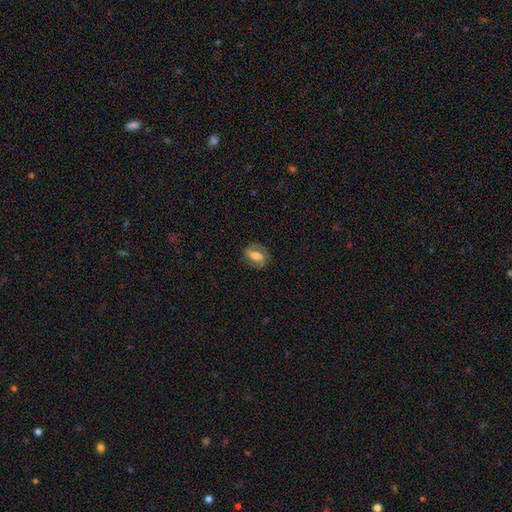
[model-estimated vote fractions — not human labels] Q: Smooth or featured?
A: featured or disk (53%); runner-up: smooth (39%)
Q: Edge-on disk?
A: no (92%); runner-up: yes (8%)
Q: Merging?
A: none (78%); runner-up: minor disturbance (15%)